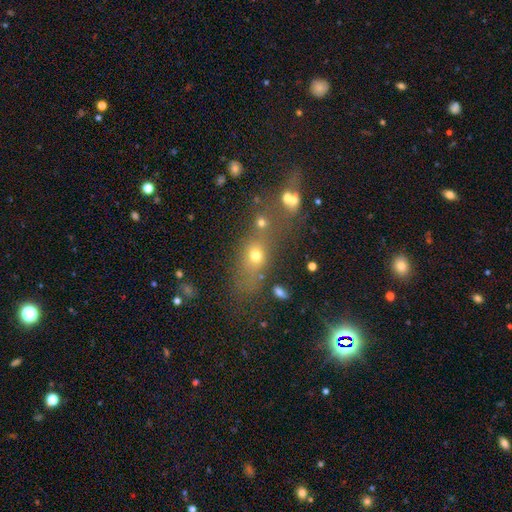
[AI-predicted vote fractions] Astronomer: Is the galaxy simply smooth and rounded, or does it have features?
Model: smooth — 61%.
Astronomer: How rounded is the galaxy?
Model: in between — 56% (runner-up: round, 32%).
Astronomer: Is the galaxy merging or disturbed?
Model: none — 45% (runner-up: merger, 30%).